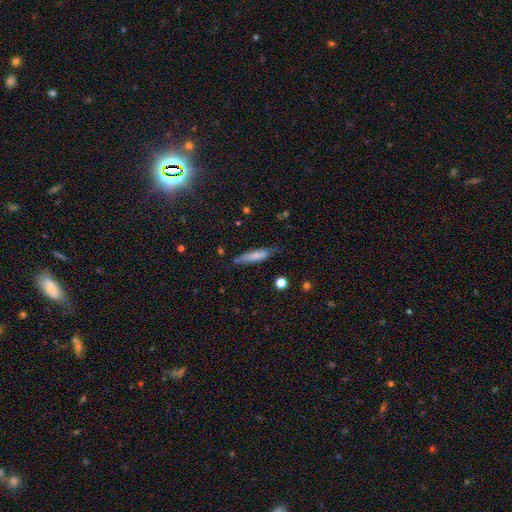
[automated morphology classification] smooth_or_featured: smooth (p=0.70) [alt: featured or disk p=0.23]
how_rounded: cigar-shaped (p=0.76) [alt: in between p=0.22]
merging: none (p=0.68) [alt: minor disturbance p=0.24]